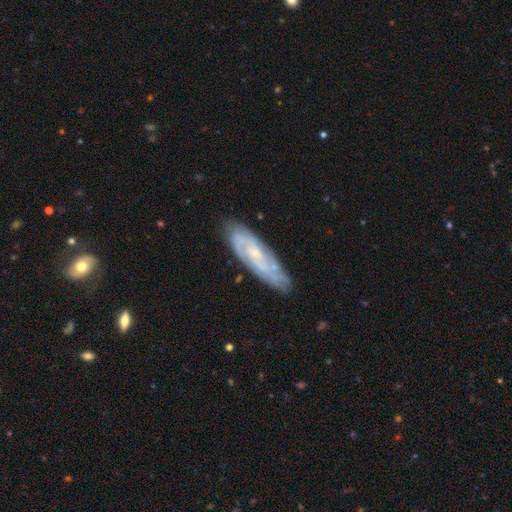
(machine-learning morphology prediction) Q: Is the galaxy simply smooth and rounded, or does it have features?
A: featured or disk — 68%.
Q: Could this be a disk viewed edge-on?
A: no — 72%.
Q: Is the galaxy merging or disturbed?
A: none — 82%.